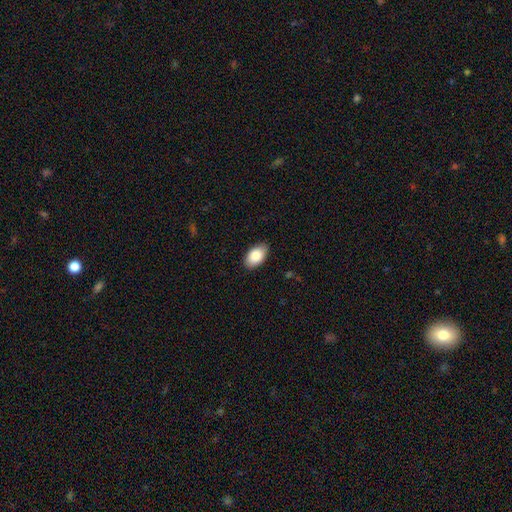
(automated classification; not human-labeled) Q: Smooth or featured?
A: smooth (86%); runner-up: featured or disk (8%)
Q: How rounded?
A: in between (94%); runner-up: round (5%)
Q: Merging?
A: none (84%); runner-up: minor disturbance (13%)